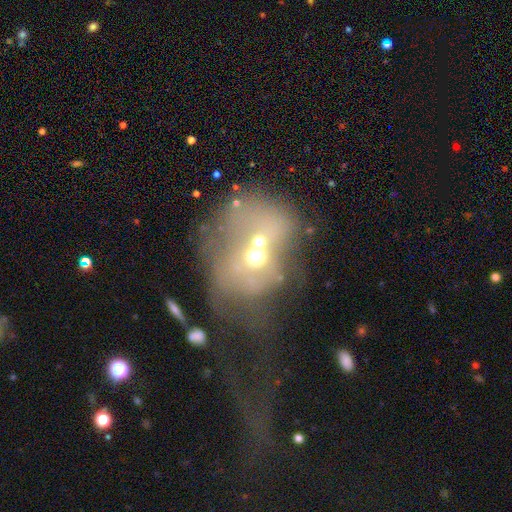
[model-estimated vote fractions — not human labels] smooth 42%, featured or disk 40%, star or artifact 18%. Down the decision tree: merging — merger (58%).